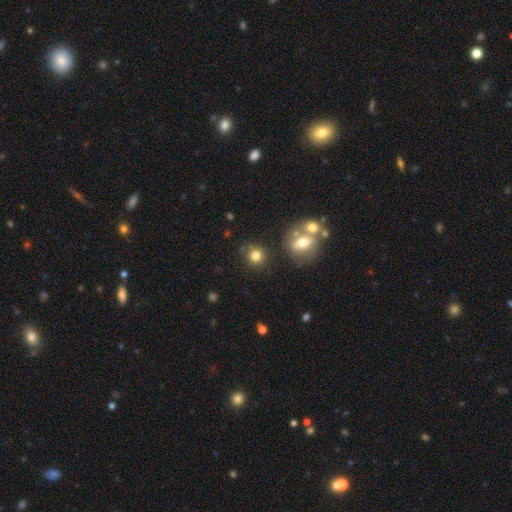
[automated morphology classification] This appears to be a smooth galaxy with no disk features (80%) that is round (89%). Merging: none (76%).